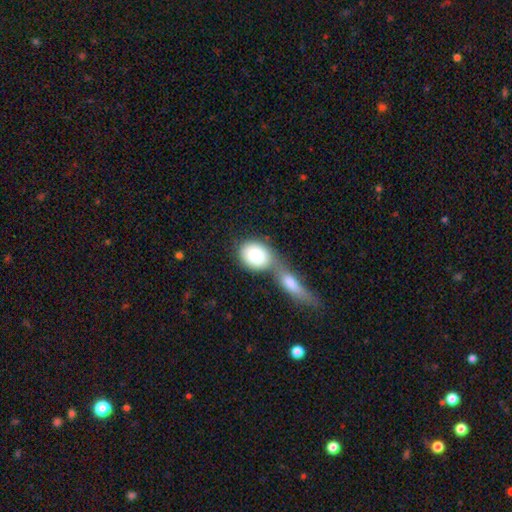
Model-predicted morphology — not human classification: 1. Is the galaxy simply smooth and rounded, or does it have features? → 77% smooth, 16% featured or disk, 7% star or artifact.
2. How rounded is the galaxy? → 53% round, 45% in between, 2% cigar-shaped.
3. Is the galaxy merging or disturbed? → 54% merger, 32% none, 9% minor disturbance, 5% major disturbance.